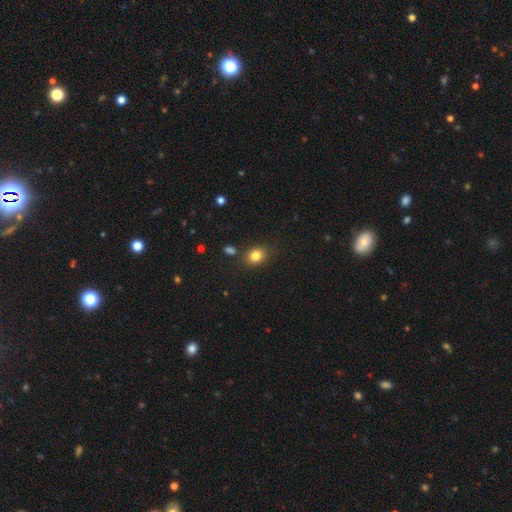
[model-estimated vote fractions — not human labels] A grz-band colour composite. It shows a smooth galaxy with no disk features (83%) that is in between round and cigar-shaped (55%). Merging: none (79%).